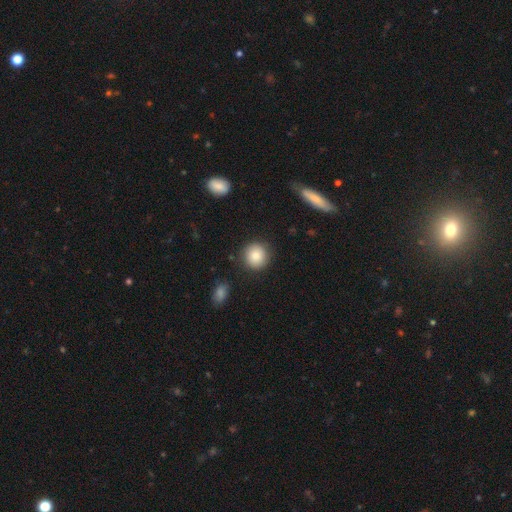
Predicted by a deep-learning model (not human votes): smooth-or-featured: smooth: 85% | star or artifact: 8% | featured or disk: 7%
  how-rounded: round: 91% | in between: 8% | cigar-shaped: 1%
  merging: none: 87% | minor disturbance: 8% | major disturbance: 2% | merger: 2%